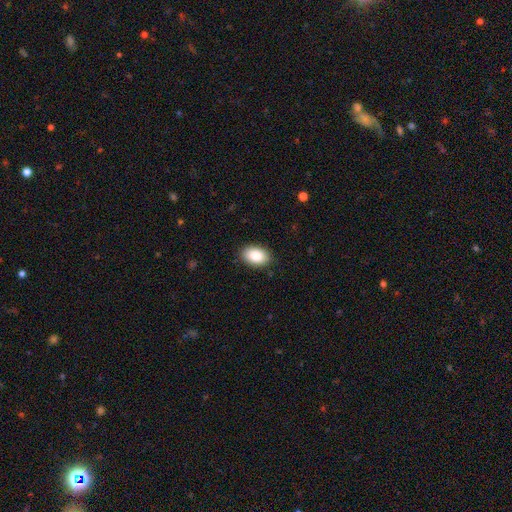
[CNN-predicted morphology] The model was most divided on "merging": none: 88%, minor disturbance: 9%, major disturbance: 2%, merger: 1%. More confident: how rounded — in between (90%); smooth or featured — smooth (88%).